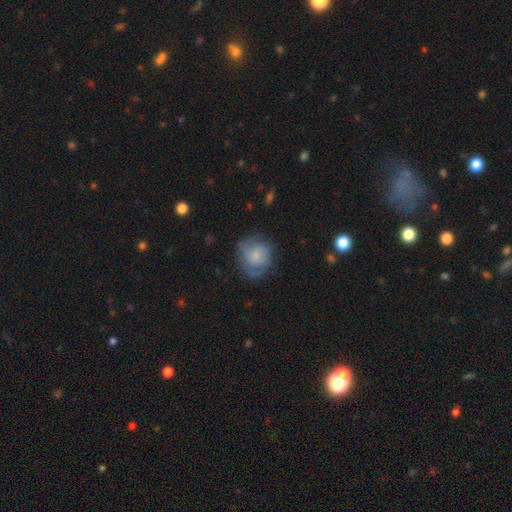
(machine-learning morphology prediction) This is possibly a featured or disk galaxy (48%). Merging: likely none (60%).